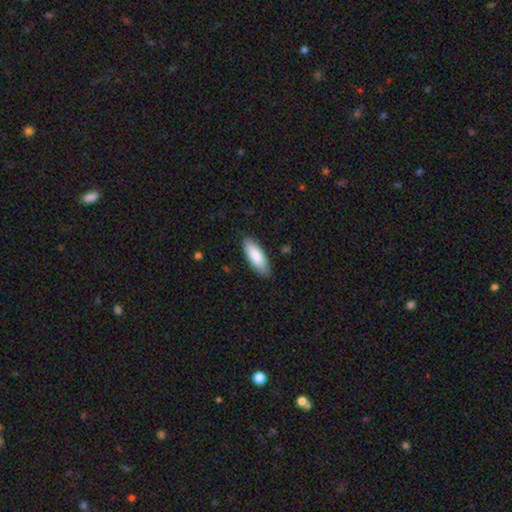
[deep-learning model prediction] Smooth or featured? Predicted: smooth (p=0.87). How rounded? Predicted: in between (p=0.73). Merging? Predicted: none (p=0.84).